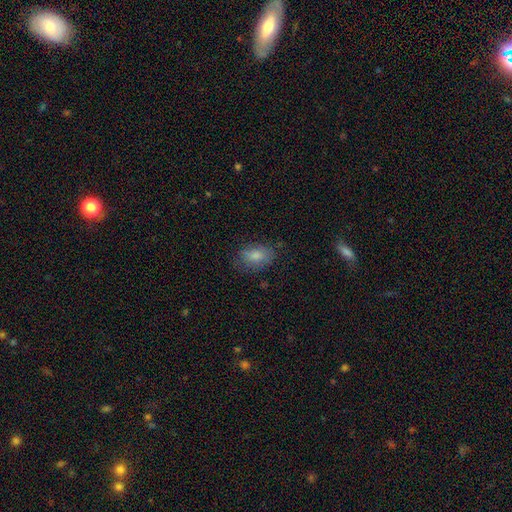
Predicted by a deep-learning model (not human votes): smooth_or_featured: smooth (p=0.81) [alt: featured or disk p=0.11]
how_rounded: in between (p=0.86) [alt: round p=0.12]
merging: none (p=0.73) [alt: minor disturbance p=0.20]